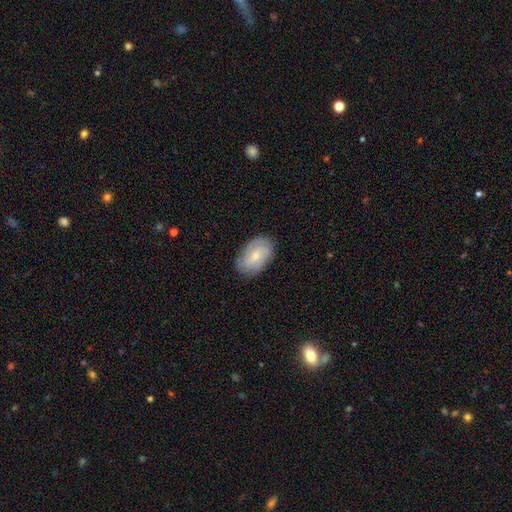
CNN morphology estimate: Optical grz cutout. It shows a featured or disk galaxy (49%). Merging: none (82%).